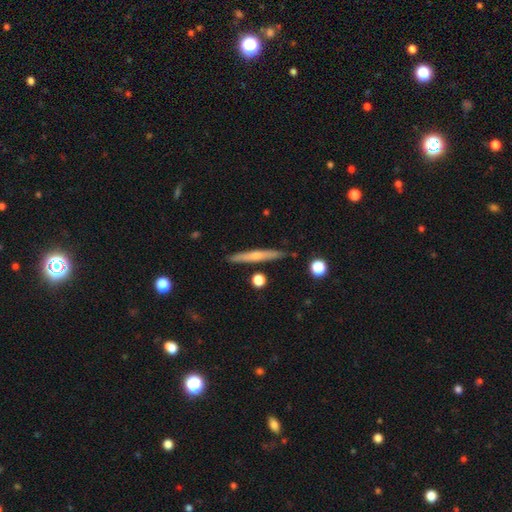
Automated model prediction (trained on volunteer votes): Smooth or featured? Predicted: smooth (p=0.47, tied with featured or disk). Merging? Predicted: none (p=0.89).